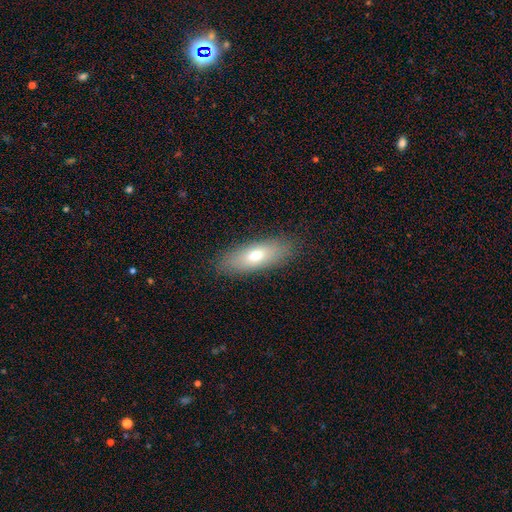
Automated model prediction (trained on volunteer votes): A smooth galaxy with no disk features (69%) that is in between round and cigar-shaped (67%).

Vote fractions:
- Smooth or featured? smooth: 69% / featured or disk: 23% / star or artifact: 8%
- How rounded? in between: 67% / cigar-shaped: 30% / round: 3%
- Merging? none: 87% / minor disturbance: 9% / major disturbance: 3% / merger: 1%